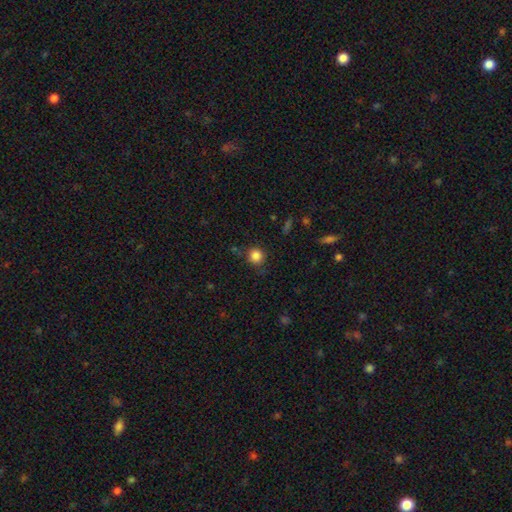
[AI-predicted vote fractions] smooth 84%, star or artifact 11%, featured or disk 4%. Down the decision tree: how rounded — round (91%); merging — none (81%).